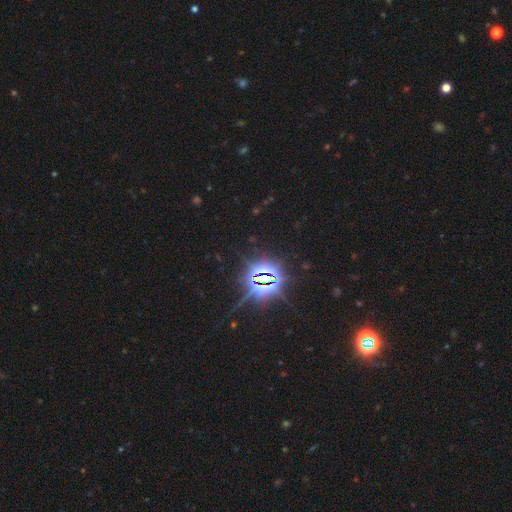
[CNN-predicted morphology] The model was most divided on "smooth or featured": star or artifact: 85%, smooth: 9%, featured or disk: 7%.